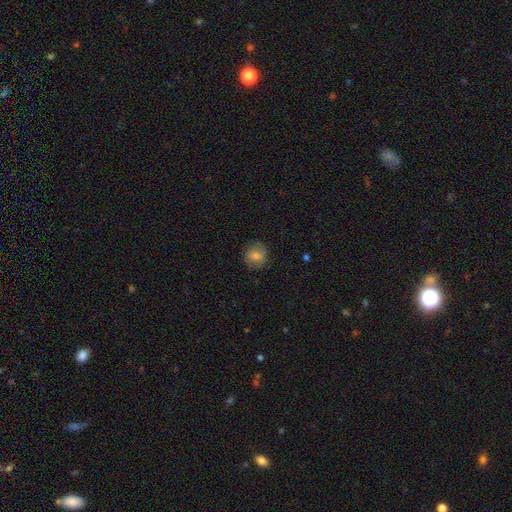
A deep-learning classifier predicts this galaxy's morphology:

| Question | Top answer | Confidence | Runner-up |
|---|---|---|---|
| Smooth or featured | smooth | 67% | featured or disk (22%) |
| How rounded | round | 84% | in between (15%) |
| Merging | none | 81% | minor disturbance (14%) |